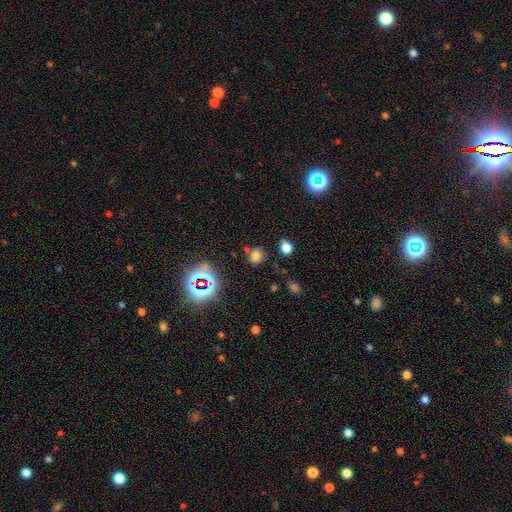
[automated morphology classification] This appears to be a smooth galaxy with no disk features (68%) that is round (70%). Merging: none (75%).